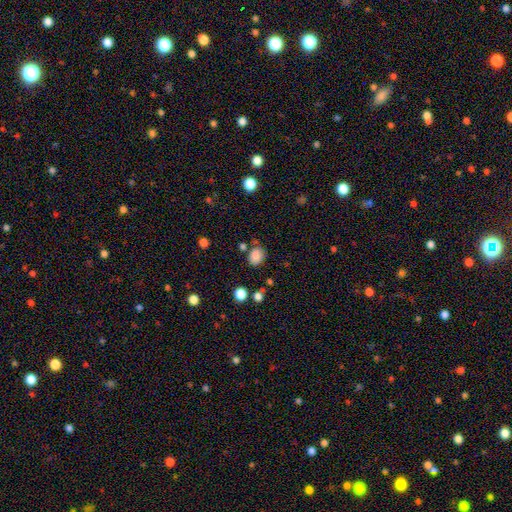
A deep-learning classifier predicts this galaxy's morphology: smooth 83%, star or artifact 11%, featured or disk 6%. Down the decision tree: how rounded — round (51%); merging — none (73%).